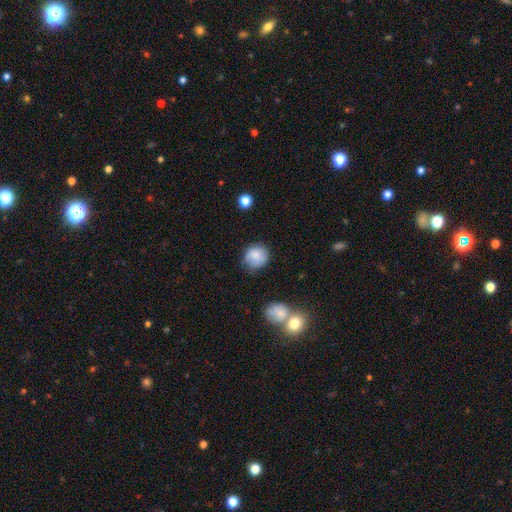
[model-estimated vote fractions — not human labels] Smooth or featured?
  - smooth: 81% *
  - featured or disk: 11%
  - star or artifact: 8%
How rounded?
  - round: 82% *
  - in between: 17%
  - cigar-shaped: 1%
Merging?
  - none: 69% *
  - minor disturbance: 22%
  - major disturbance: 5%
  - merger: 3%